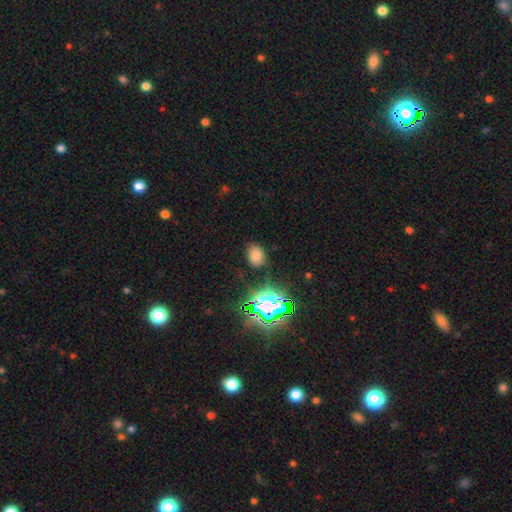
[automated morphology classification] A smooth galaxy with no disk features (67%) that is in between round and cigar-shaped (62%). Merging: none (80%).